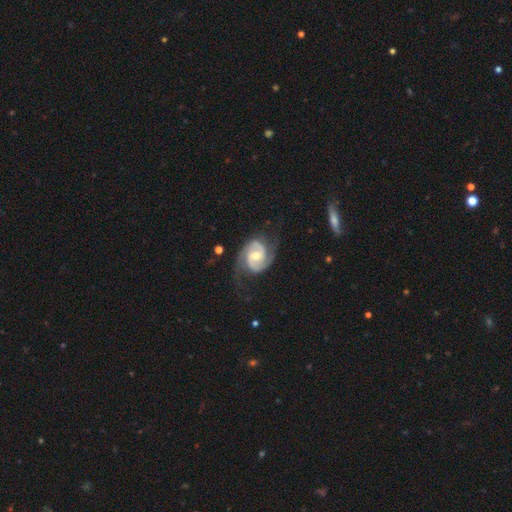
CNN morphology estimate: Smooth or featured: featured or disk — 89% (smooth — 7%)
Edge-on disk: no — 98% (yes — 2%)
Bar: no — 50% (weak — 40%)
Spiral arms: yes — 97% (no — 3%)
Spiral winding: medium — 47% (tight — 37%)
Spiral arm count: 2 — 91% (can't tell — 4%)
Bulge size: moderate — 65% (small — 29%)
Merging: none — 67% (minor disturbance — 20%)